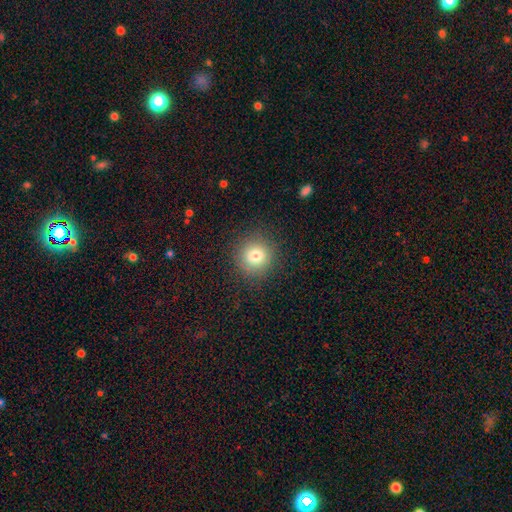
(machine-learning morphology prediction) smooth-or-featured: smooth: 78% | star or artifact: 12% | featured or disk: 10%
  how-rounded: round: 93% | in between: 6% | cigar-shaped: 1%
  merging: none: 89% | minor disturbance: 7% | major disturbance: 3% | merger: 1%